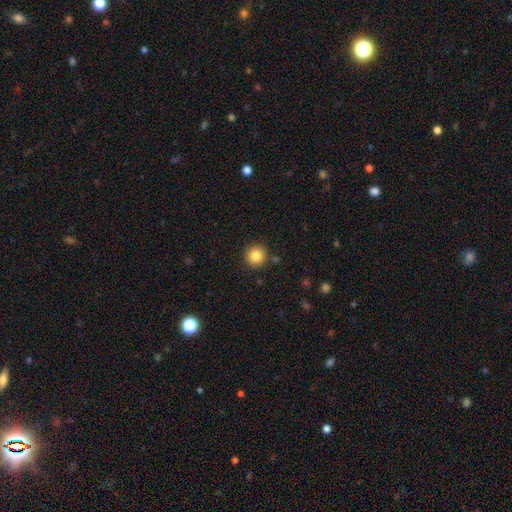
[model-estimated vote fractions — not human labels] A smooth galaxy with no disk features (84%) that is round (94%). Merging: none (89%).